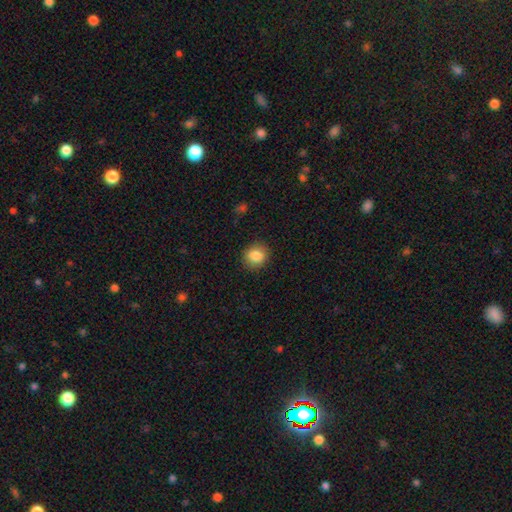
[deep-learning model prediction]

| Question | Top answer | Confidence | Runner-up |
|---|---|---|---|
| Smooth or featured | smooth | 85% | star or artifact (9%) |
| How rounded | round | 73% | in between (26%) |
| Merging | none | 88% | minor disturbance (8%) |